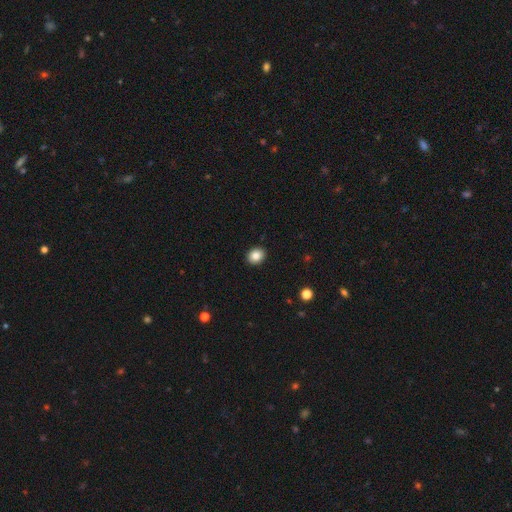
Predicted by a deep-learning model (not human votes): This appears to be a smooth galaxy with no disk features (86%) that is round (56%). Merging: none (92%).